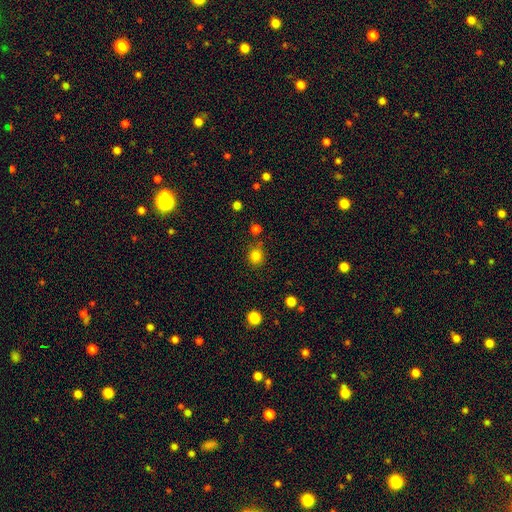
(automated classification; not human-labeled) smooth 83%, star or artifact 13%, featured or disk 4%. Down the decision tree: how rounded — round (85%); merging — none (78%).